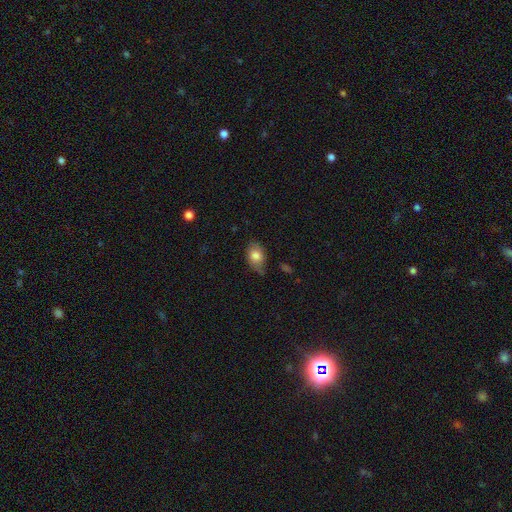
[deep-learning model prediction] smooth 79%, featured or disk 13%, star or artifact 8%. Down the decision tree: how rounded — in between (82%); merging — none (63%).